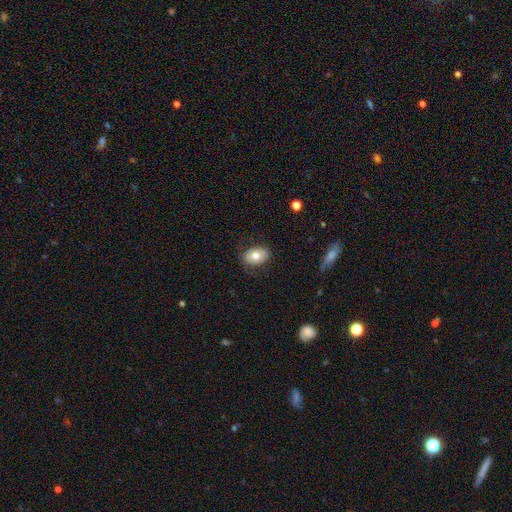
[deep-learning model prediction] Smooth or featured?
  - smooth: 70% *
  - featured or disk: 22%
  - star or artifact: 8%
How rounded?
  - in between: 72% *
  - round: 27%
  - cigar-shaped: 1%
Merging?
  - none: 79% *
  - minor disturbance: 16%
  - major disturbance: 5%
  - merger: 1%